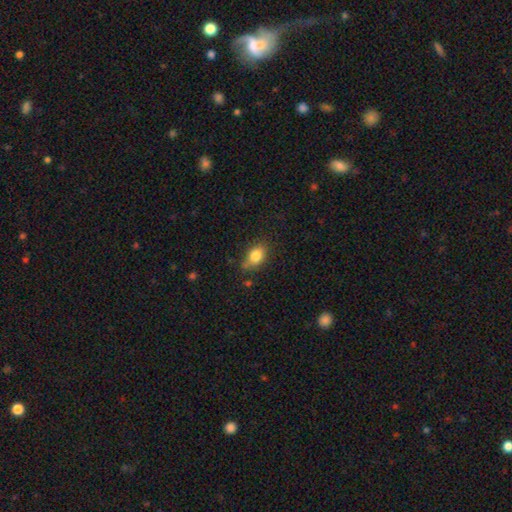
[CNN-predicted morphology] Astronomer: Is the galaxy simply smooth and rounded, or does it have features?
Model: smooth — 82%.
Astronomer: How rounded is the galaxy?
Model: in between — 72%.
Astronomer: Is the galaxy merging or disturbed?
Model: none — 70%.